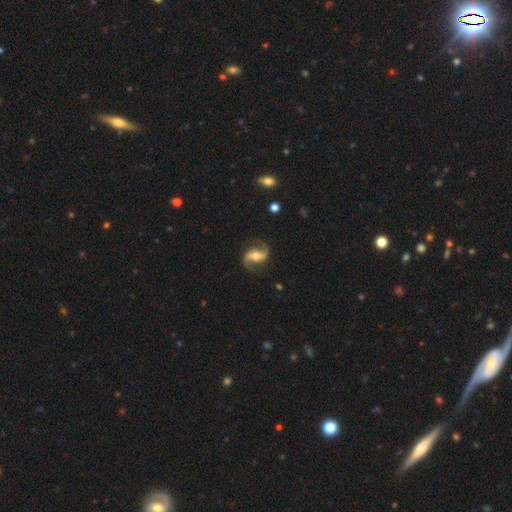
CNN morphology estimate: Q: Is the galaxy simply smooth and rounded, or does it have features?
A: featured or disk — 87%.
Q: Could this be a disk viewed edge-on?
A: no — 96%.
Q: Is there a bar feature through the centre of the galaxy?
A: strong — 41%.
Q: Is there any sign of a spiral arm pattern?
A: yes — 96%.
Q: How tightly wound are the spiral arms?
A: loose — 54%.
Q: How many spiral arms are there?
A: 2 — 93%.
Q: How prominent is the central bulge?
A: moderate — 59%.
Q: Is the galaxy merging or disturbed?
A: none — 82%.